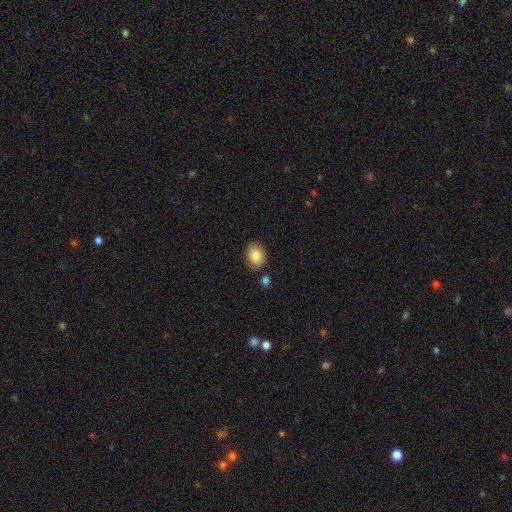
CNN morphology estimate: This appears to be a smooth galaxy with no disk features (86%) that is in between round and cigar-shaped (72%). Merging: none (80%).